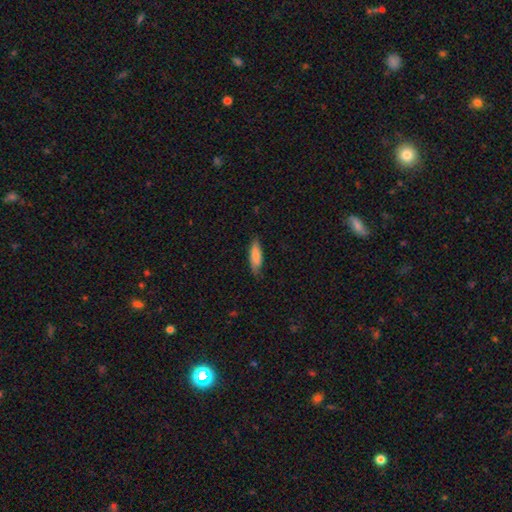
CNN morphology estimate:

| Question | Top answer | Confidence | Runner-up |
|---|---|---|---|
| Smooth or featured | smooth | 84% | featured or disk (10%) |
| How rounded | in between | 50% | cigar-shaped (49%) |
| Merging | none | 77% | minor disturbance (19%) |